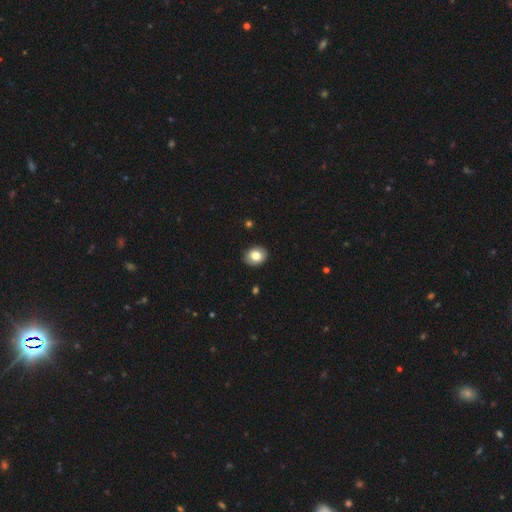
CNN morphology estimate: Smooth or featured? smooth (80%)
How rounded? round (51%)
Merging? none (89%)